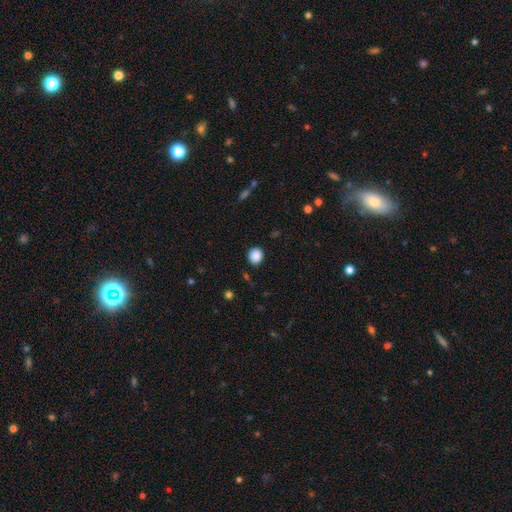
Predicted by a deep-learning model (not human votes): smooth-or-featured: smooth: 88% | star or artifact: 9% | featured or disk: 3%
  how-rounded: round: 81% | in between: 18% | cigar-shaped: 1%
  merging: none: 88% | minor disturbance: 8% | major disturbance: 2% | merger: 1%